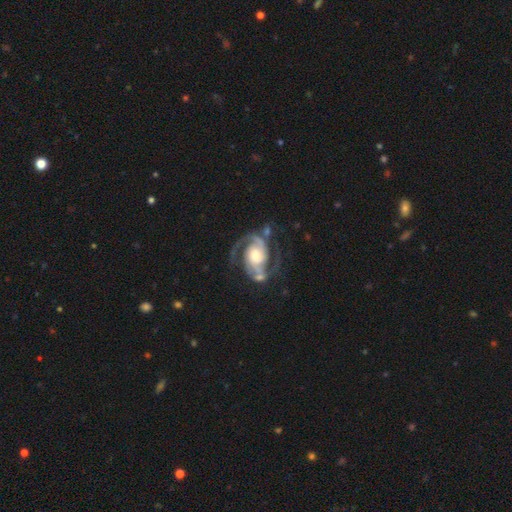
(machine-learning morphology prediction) This appears to be a featured or disk galaxy (91%) with no bar (57%), 2 (92%) medium (54%) spiral arms (98%) and a moderate central bulge (43%). Merging: none (62%).